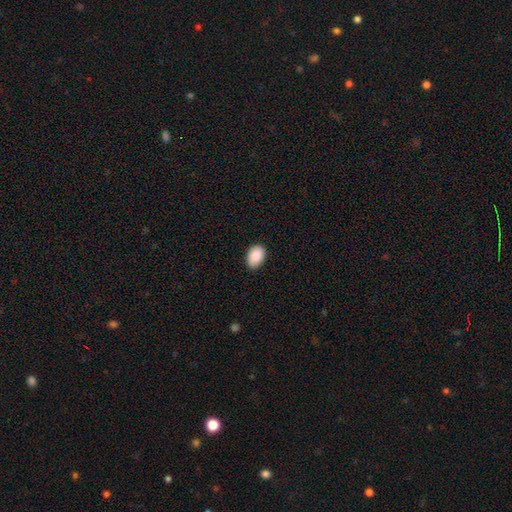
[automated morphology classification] Smooth or featured? smooth (90%)
How rounded? in between (87%)
Merging? none (85%)